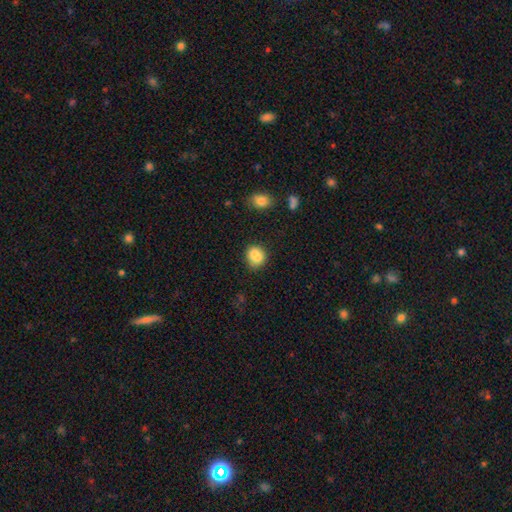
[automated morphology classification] A smooth galaxy with no disk features (80%) that is round (67%).

Vote fractions:
- Smooth or featured? smooth: 80% / featured or disk: 11% / star or artifact: 9%
- How rounded? round: 67% / in between: 32% / cigar-shaped: 1%
- Merging? none: 55% / merger: 25% / minor disturbance: 16% / major disturbance: 4%